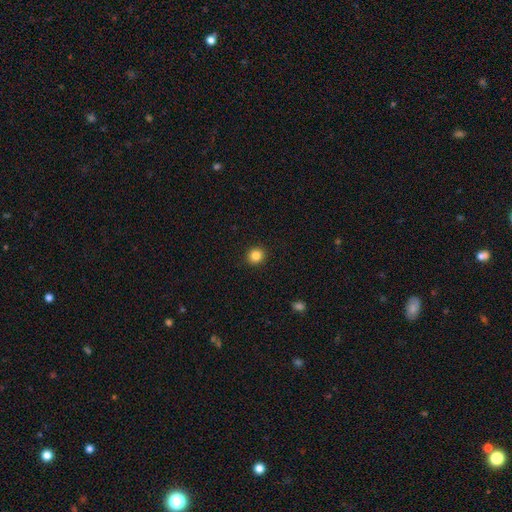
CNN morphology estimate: smooth 85%, star or artifact 11%, featured or disk 4%. Down the decision tree: how rounded — round (90%); merging — none (93%).